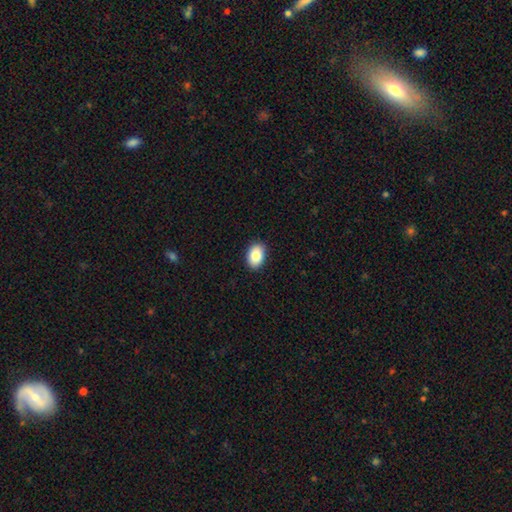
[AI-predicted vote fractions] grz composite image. It shows a smooth galaxy with no disk features (85%) that is in between round and cigar-shaped (84%). Merging: none (90%).